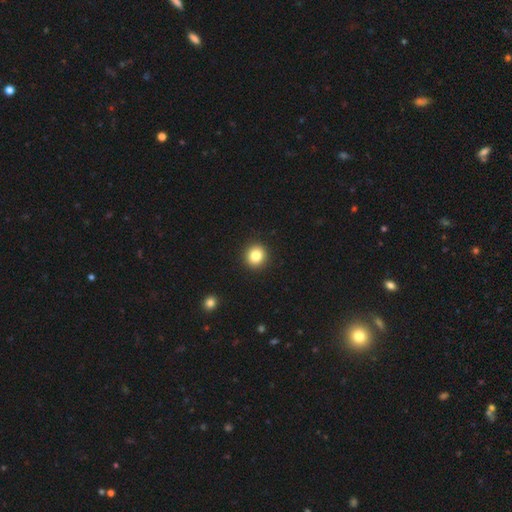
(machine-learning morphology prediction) Smooth or featured? Predicted: smooth (p=0.83). How rounded? Predicted: round (p=0.90). Merging? Predicted: none (p=0.93).